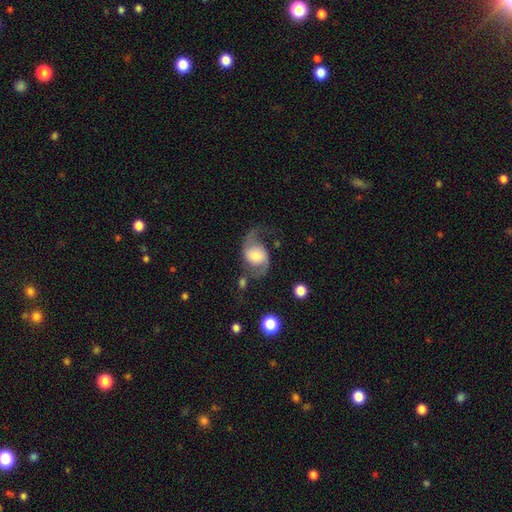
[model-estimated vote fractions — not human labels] featured or disk 77%, smooth 17%, star or artifact 7%. Down the decision tree: edge-on disk — no (97%); bar — no (54%); spiral arms — yes (94%); spiral arm count — 2 (91%); spiral winding — loose (63%); bulge size — moderate (50%); merging — none (57%).